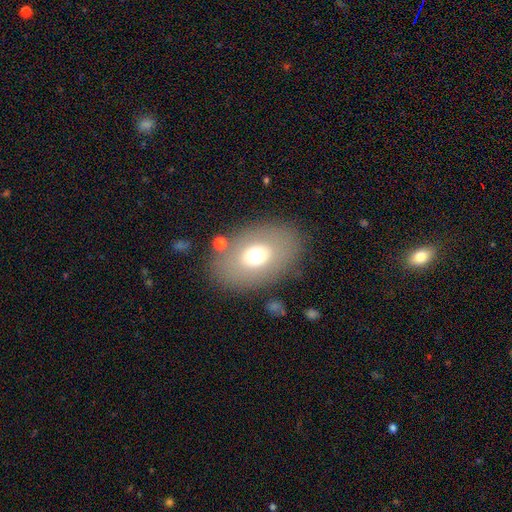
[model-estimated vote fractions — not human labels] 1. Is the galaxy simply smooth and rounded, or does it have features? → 65% smooth, 24% featured or disk, 11% star or artifact.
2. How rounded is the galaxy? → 79% in between, 19% round, 1% cigar-shaped.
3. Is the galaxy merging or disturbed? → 80% none, 11% minor disturbance, 5% major disturbance, 4% merger.